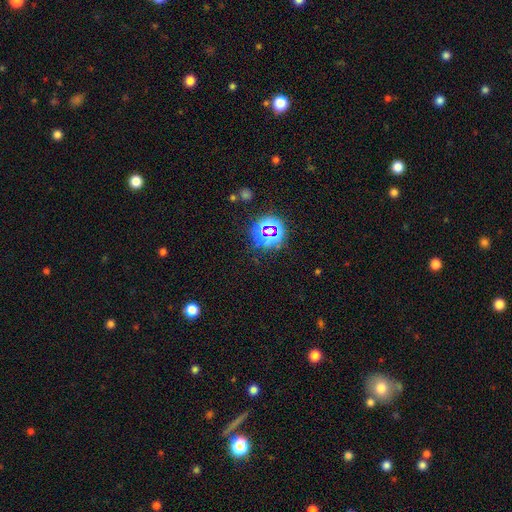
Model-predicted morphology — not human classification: Overall: star or artifact (73%).